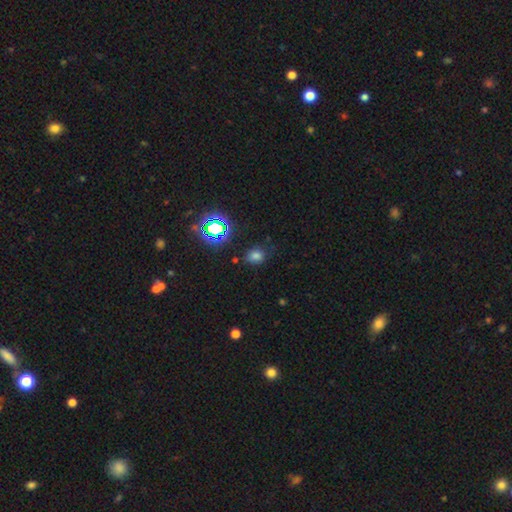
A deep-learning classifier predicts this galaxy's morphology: A smooth galaxy with no disk features (68%) that is round (54%).

Vote fractions:
- Smooth or featured? smooth: 68% / star or artifact: 26% / featured or disk: 6%
- How rounded? round: 54% / in between: 45% / cigar-shaped: 1%
- Merging? none: 77% / minor disturbance: 16% / major disturbance: 5% / merger: 3%